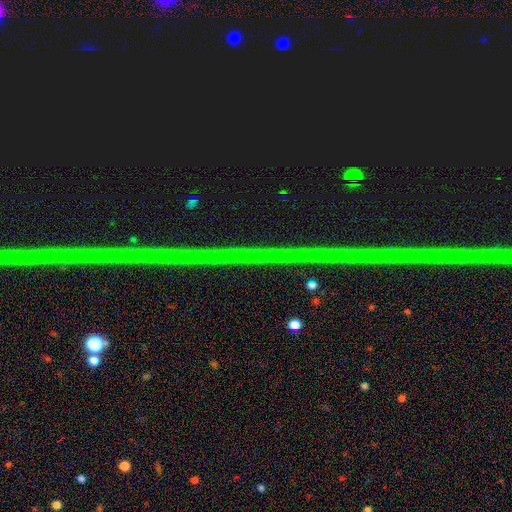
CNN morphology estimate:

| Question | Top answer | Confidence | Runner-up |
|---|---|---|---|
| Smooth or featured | star or artifact | 90% | featured or disk (6%) |